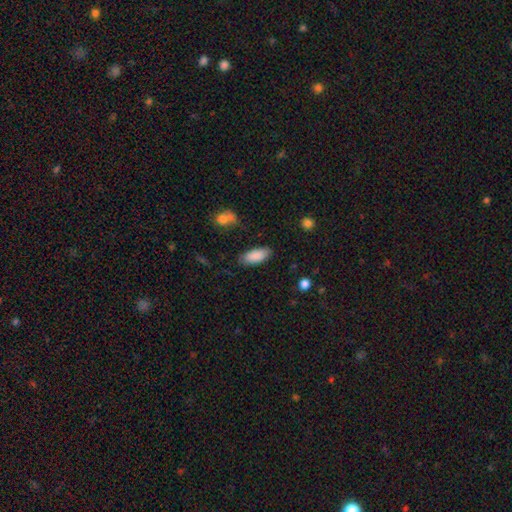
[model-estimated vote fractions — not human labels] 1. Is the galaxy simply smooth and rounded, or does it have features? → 88% smooth, 6% star or artifact, 5% featured or disk.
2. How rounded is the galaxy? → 85% in between, 13% cigar-shaped, 2% round.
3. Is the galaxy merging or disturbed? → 83% none, 12% minor disturbance, 3% major disturbance, 2% merger.